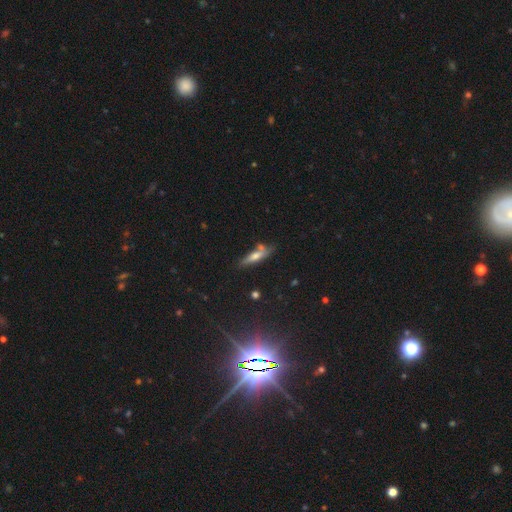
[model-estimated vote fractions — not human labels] smooth_or_featured: smooth (p=0.53) [alt: featured or disk p=0.37]
how_rounded: cigar-shaped (p=0.71) [alt: in between p=0.26]
merging: none (p=0.61) [alt: minor disturbance p=0.20]